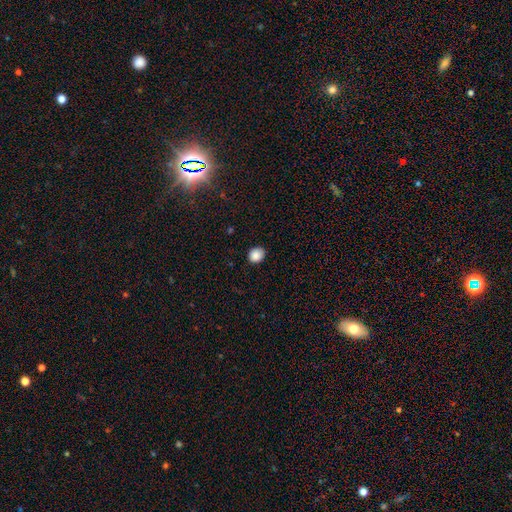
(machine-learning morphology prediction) A smooth galaxy with no disk features (87%) that is round (74%).

Vote fractions:
- Smooth or featured? smooth: 87% / star or artifact: 9% / featured or disk: 4%
- How rounded? round: 74% / in between: 26% / cigar-shaped: 1%
- Merging? none: 86% / minor disturbance: 11% / major disturbance: 2% / merger: 1%